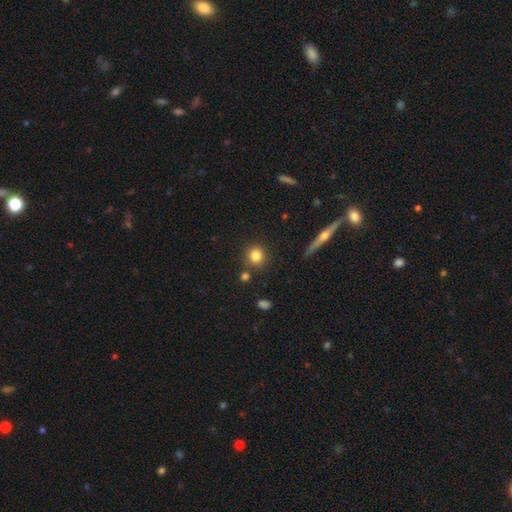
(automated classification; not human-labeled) This appears to be a smooth galaxy with no disk features (82%) that is round (90%). Merging: none (83%).